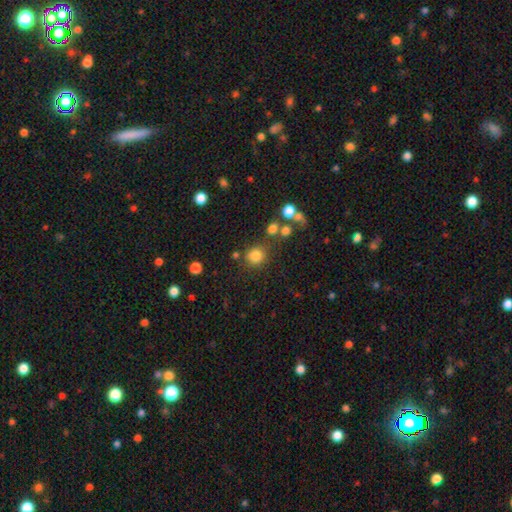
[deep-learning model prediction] smooth 79%, star or artifact 14%, featured or disk 6%. Down the decision tree: how rounded — round (86%); merging — none (75%).